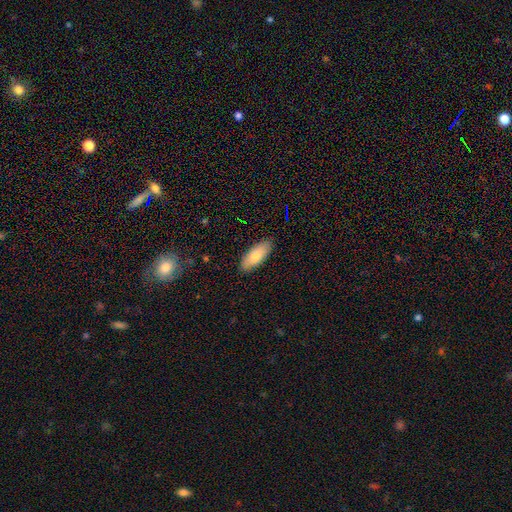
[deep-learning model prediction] Smooth or featured: smooth — 82% (featured or disk — 12%)
How rounded: in between — 80% (cigar-shaped — 18%)
Merging: none — 89% (minor disturbance — 9%)